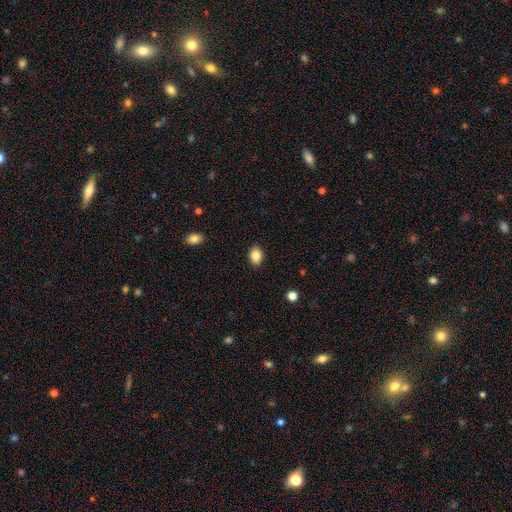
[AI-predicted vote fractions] Smooth or featured? smooth (86%)
How rounded? in between (76%)
Merging? none (89%)